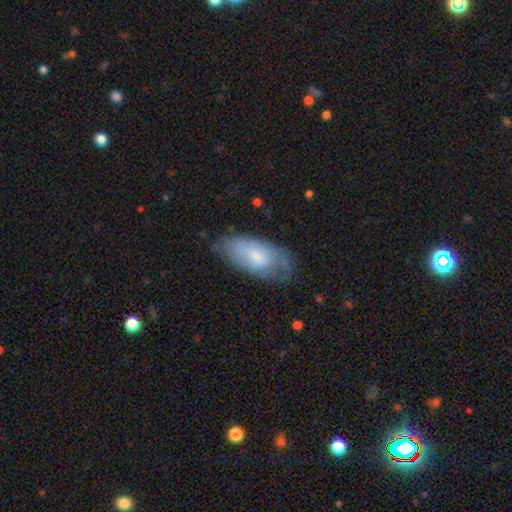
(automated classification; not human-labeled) This is possibly a smooth galaxy (57%). How rounded: clearly in between (90%). Merging: possibly none (58%).